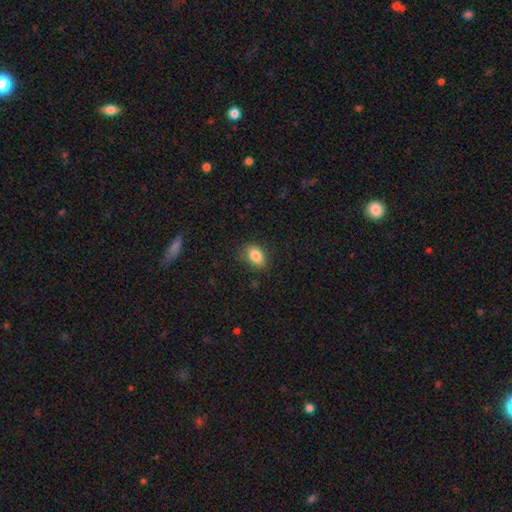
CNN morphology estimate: smooth 84%, star or artifact 9%, featured or disk 7%. Down the decision tree: how rounded — in between (82%); merging — none (81%).